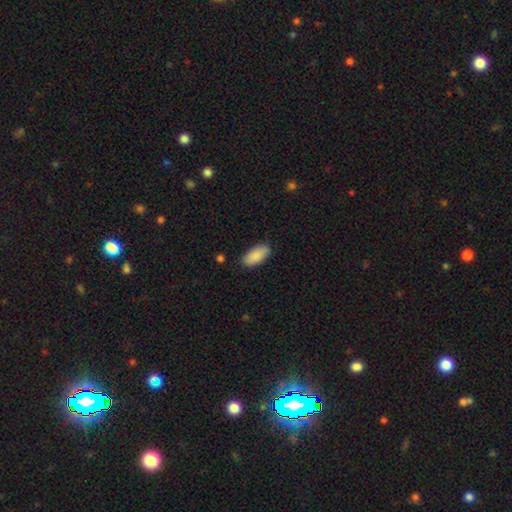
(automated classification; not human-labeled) This is clearly a smooth galaxy (90%). How rounded: clearly in between (89%). Merging: clearly none (85%).